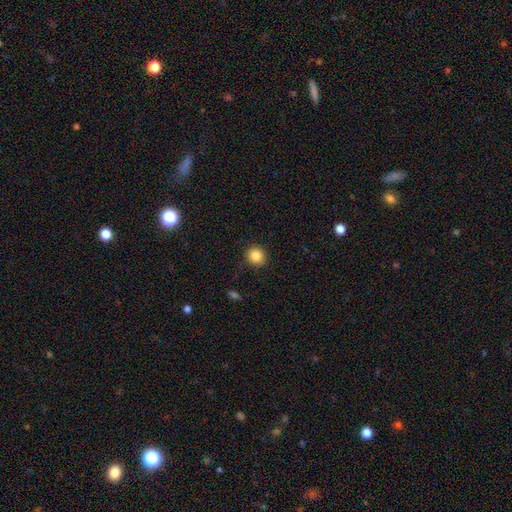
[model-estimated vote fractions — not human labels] This is clearly a smooth galaxy (86%). How rounded: clearly round (88%). Merging: clearly none (88%).